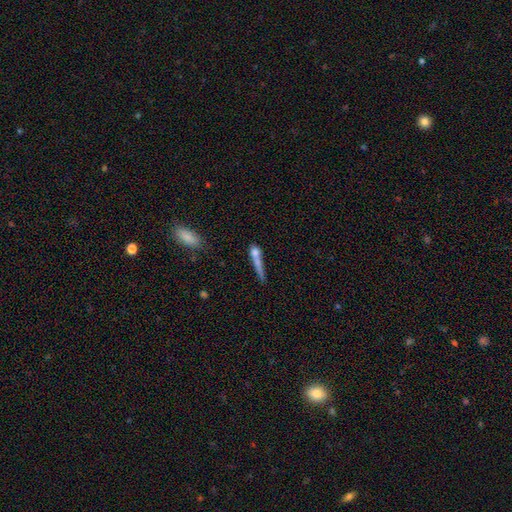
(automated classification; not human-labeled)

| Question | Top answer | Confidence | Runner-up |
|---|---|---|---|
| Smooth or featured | smooth | 63% | featured or disk (26%) |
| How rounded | cigar-shaped | 71% | in between (18%) |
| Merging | none | 38% | merger (33%) |